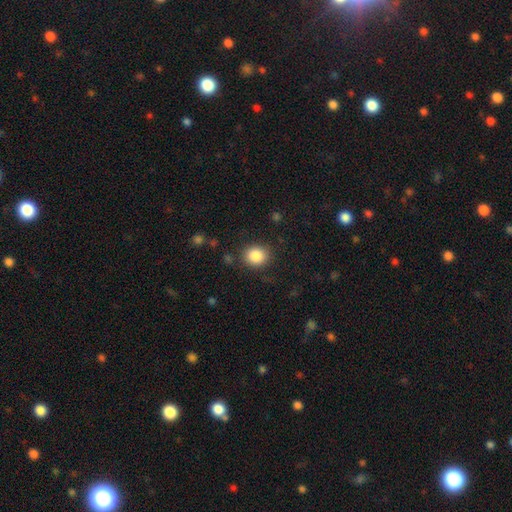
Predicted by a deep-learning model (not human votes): This is clearly a smooth galaxy (86%). How rounded: likely round (76%). Merging: clearly none (86%).